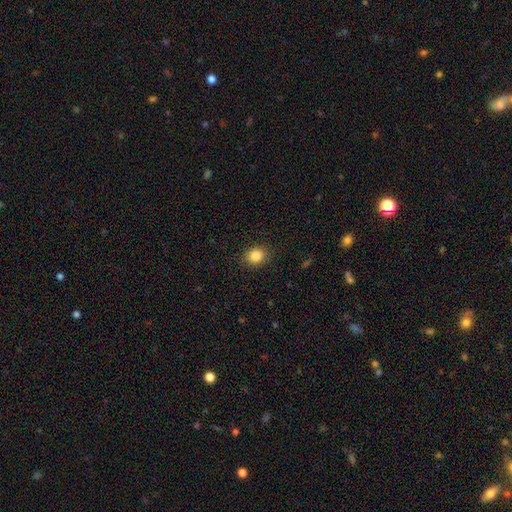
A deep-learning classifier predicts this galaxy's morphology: Smooth or featured? Predicted: smooth (p=0.85). How rounded? Predicted: round (p=0.72). Merging? Predicted: none (p=0.88).